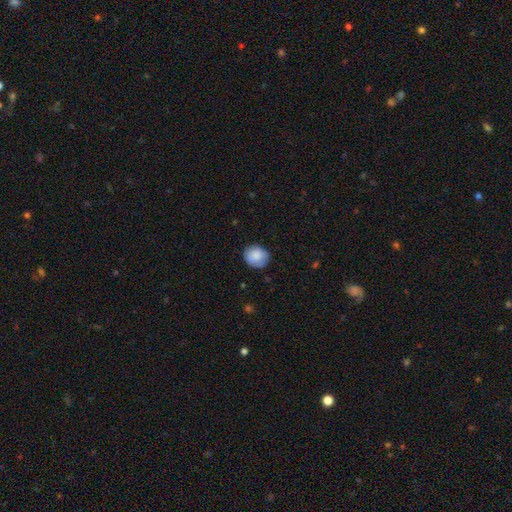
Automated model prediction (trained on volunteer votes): Smooth or featured: smooth — 82% (featured or disk — 11%)
How rounded: round — 76% (in between — 23%)
Merging: none — 76% (minor disturbance — 19%)